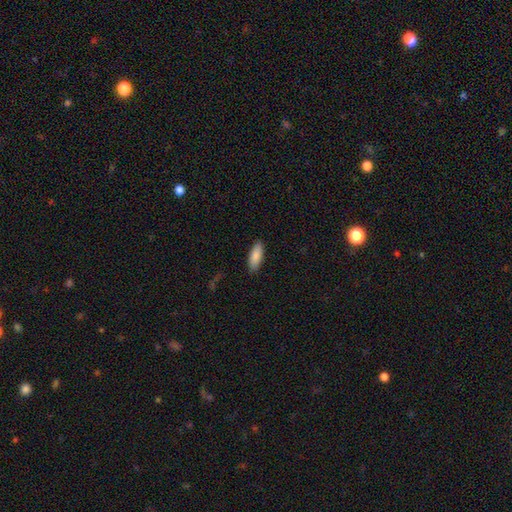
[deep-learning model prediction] This is clearly a smooth galaxy (87%). How rounded: likely in between (70%). Merging: clearly none (89%).